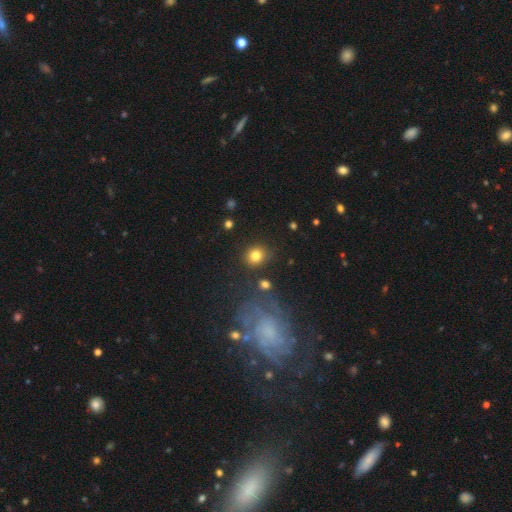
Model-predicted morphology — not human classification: Q: Smooth or featured?
A: smooth (80%); runner-up: star or artifact (11%)
Q: How rounded?
A: round (81%); runner-up: in between (18%)
Q: Merging?
A: none (83%); runner-up: minor disturbance (9%)